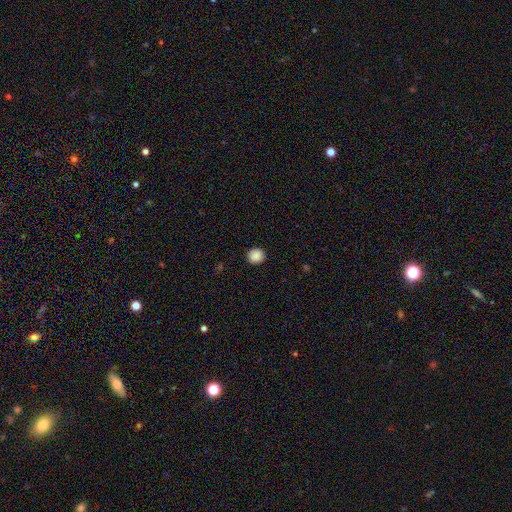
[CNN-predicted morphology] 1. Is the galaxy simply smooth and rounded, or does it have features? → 88% smooth, 9% star or artifact, 3% featured or disk.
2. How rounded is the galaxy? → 88% round, 11% in between, 1% cigar-shaped.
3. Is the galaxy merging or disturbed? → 90% none, 7% minor disturbance, 2% major disturbance, 1% merger.